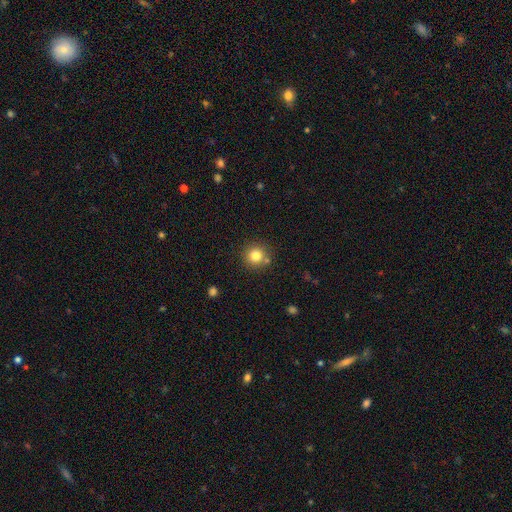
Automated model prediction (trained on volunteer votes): Overall: smooth (80%). How rounded: round (94%). Merging: none (81%).